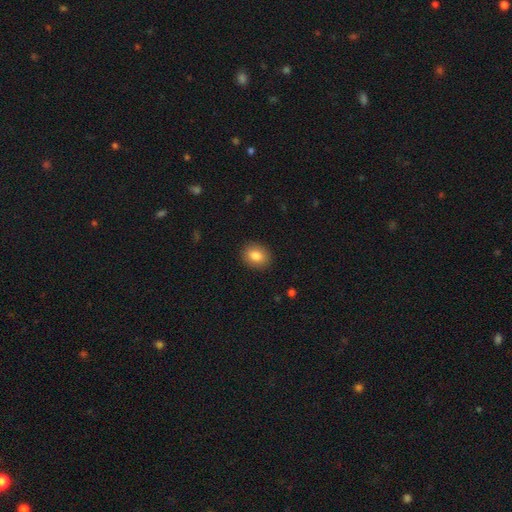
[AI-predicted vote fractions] smooth-or-featured: smooth: 84% | star or artifact: 9% | featured or disk: 7%
  how-rounded: round: 50% | in between: 49% | cigar-shaped: 1%
  merging: none: 90% | minor disturbance: 7% | major disturbance: 2% | merger: 1%